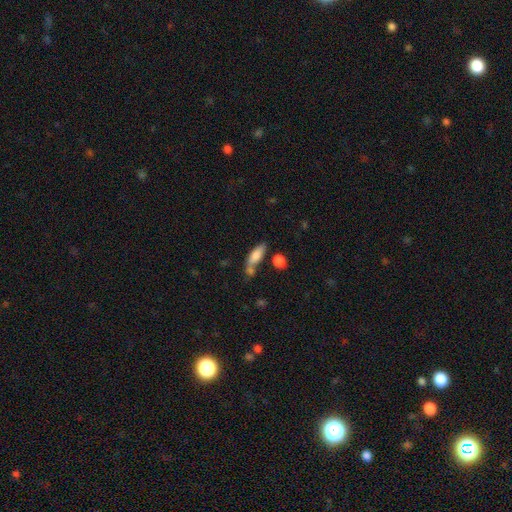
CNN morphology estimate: smooth_or_featured: smooth (p=0.78) [alt: featured or disk p=0.14]
how_rounded: in between (p=0.59) [alt: cigar-shaped p=0.38]
merging: none (p=0.52) [alt: merger p=0.23]